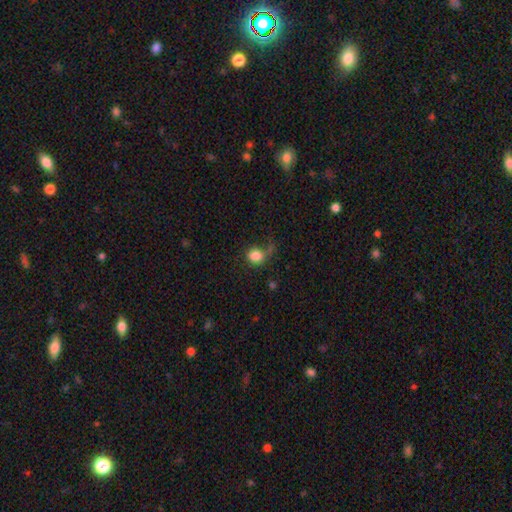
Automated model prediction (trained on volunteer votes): A smooth galaxy with no disk features (84%) that is round (74%).

Vote fractions:
- Smooth or featured? smooth: 84% / star or artifact: 9% / featured or disk: 7%
- How rounded? round: 74% / in between: 25% / cigar-shaped: 1%
- Merging? none: 52% / minor disturbance: 23% / major disturbance: 18% / merger: 7%